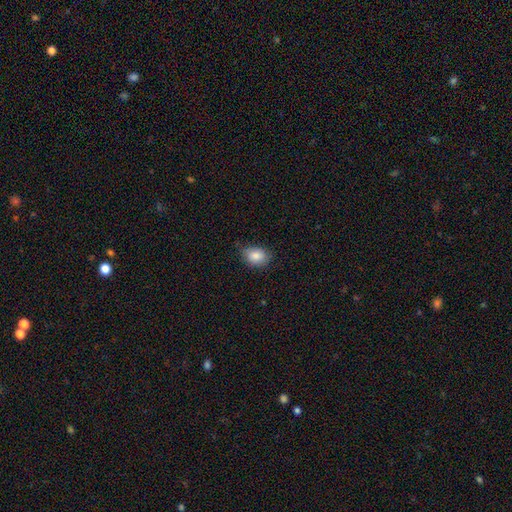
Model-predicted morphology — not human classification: type=smooth (86%); roundness=in between (71%); merging=none (74%).